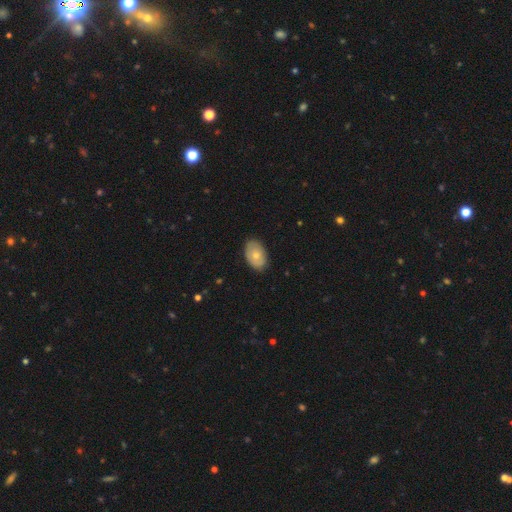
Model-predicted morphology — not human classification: This appears to be a smooth galaxy with no disk features (69%) that is in between round and cigar-shaped (88%). Merging: none (83%).